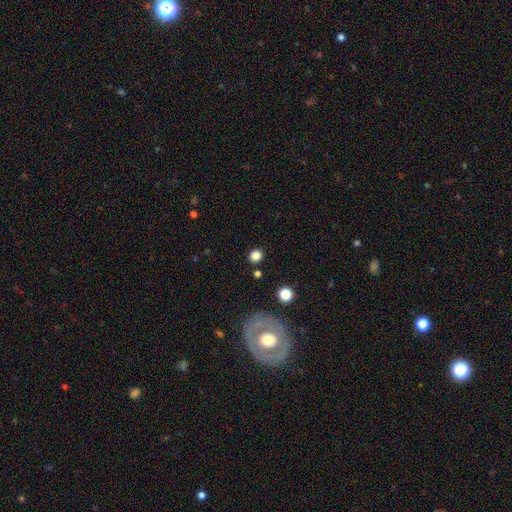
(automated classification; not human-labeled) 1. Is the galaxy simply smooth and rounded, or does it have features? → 82% smooth, 14% star or artifact, 4% featured or disk.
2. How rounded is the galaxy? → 83% round, 16% in between, 1% cigar-shaped.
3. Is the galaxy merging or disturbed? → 88% none, 7% minor disturbance, 3% merger, 2% major disturbance.